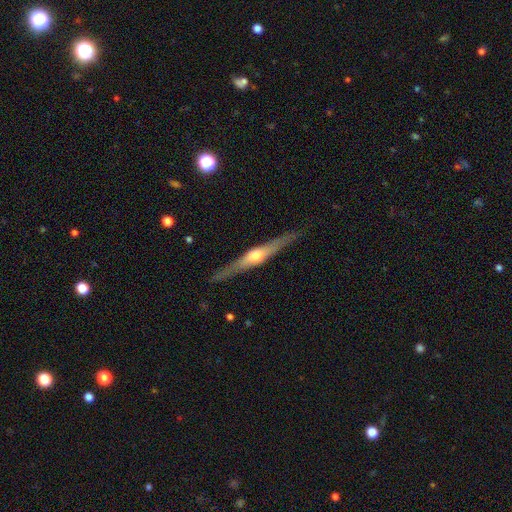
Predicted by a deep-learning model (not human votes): Smooth or featured? Predicted: featured or disk (p=0.77). Edge-on disk? Predicted: yes (p=0.97). Edge-on bulge? Predicted: rounded (p=0.89). Merging? Predicted: none (p=0.88).